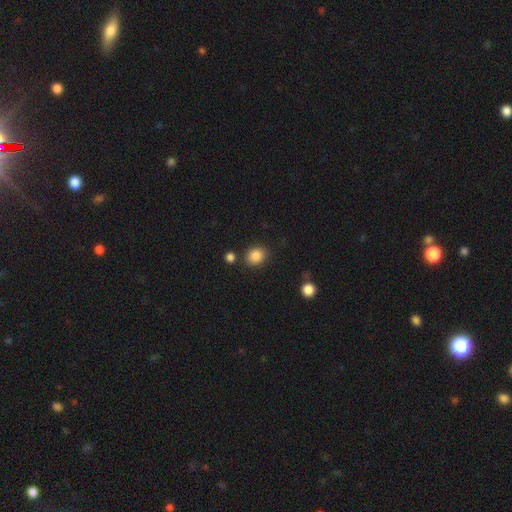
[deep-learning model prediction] Morphology: type=smooth (87%); roundness=round (57%); merging=none (80%).